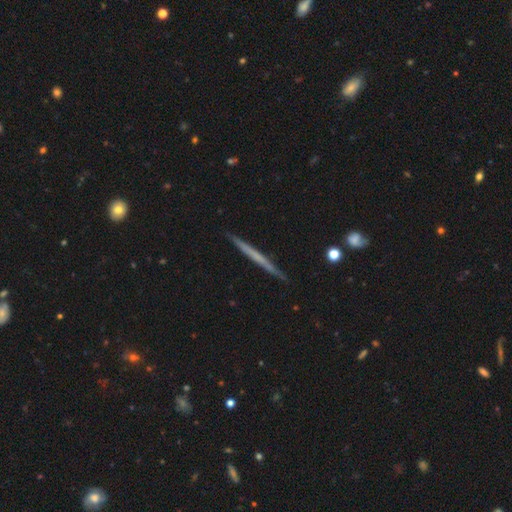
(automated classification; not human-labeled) featured or disk 54%, smooth 40%, star or artifact 6%. Down the decision tree: edge-on disk — yes (97%); edge-on bulge — none (91%); merging — none (90%).